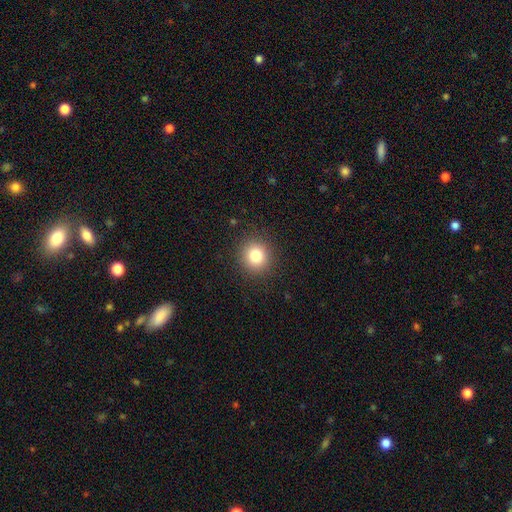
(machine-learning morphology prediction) Smooth or featured: smooth — 82% (star or artifact — 11%)
How rounded: round — 90% (in between — 9%)
Merging: none — 90% (minor disturbance — 6%)